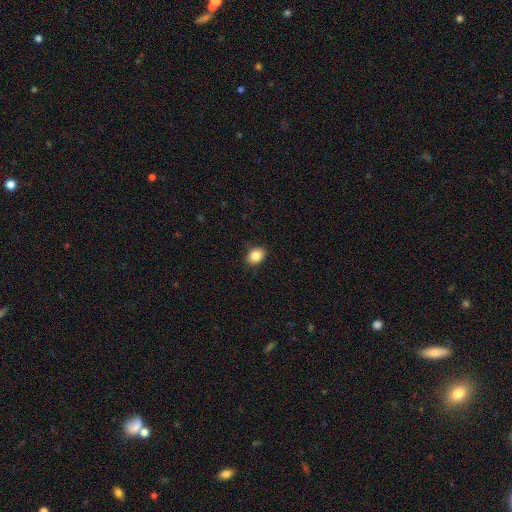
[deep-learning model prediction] A smooth galaxy with no disk features (86%) that is in between round and cigar-shaped (62%). Merging: none (88%).